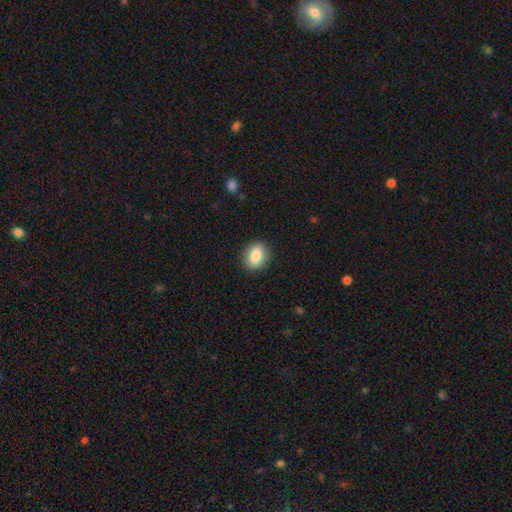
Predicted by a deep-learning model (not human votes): Q: Smooth or featured?
A: smooth (85%); runner-up: star or artifact (8%)
Q: How rounded?
A: in between (62%); runner-up: round (36%)
Q: Merging?
A: none (88%); runner-up: minor disturbance (9%)